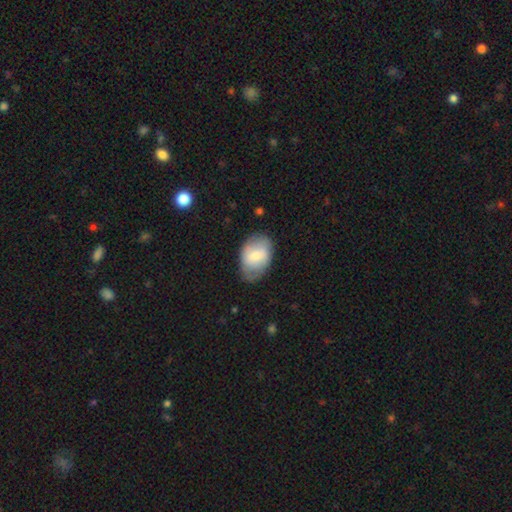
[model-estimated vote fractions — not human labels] Smooth or featured?
  - smooth: 67% *
  - featured or disk: 27%
  - star or artifact: 6%
How rounded?
  - in between: 84% *
  - round: 15%
  - cigar-shaped: 1%
Merging?
  - none: 66% *
  - minor disturbance: 26%
  - major disturbance: 7%
  - merger: 1%